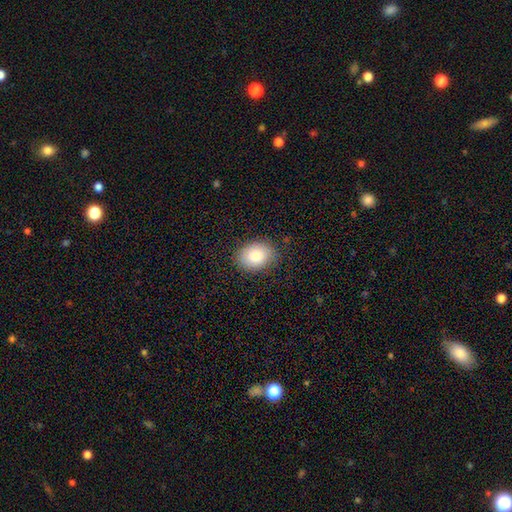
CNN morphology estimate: A smooth galaxy with no disk features (83%) that is in between round and cigar-shaped (68%).

Vote fractions:
- Smooth or featured? smooth: 83% / featured or disk: 10% / star or artifact: 8%
- How rounded? in between: 68% / round: 32% / cigar-shaped: 1%
- Merging? none: 84% / minor disturbance: 12% / major disturbance: 3% / merger: 1%